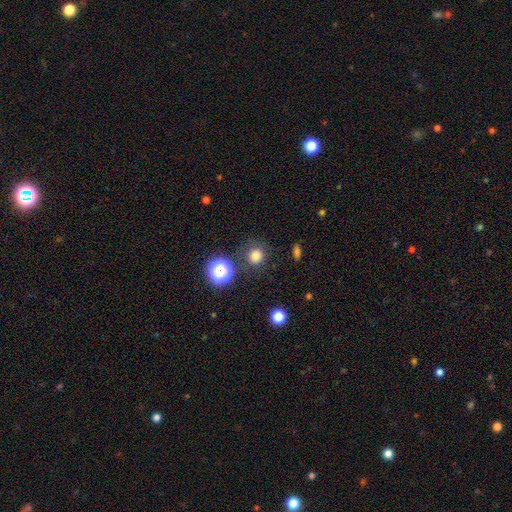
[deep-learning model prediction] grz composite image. It shows a smooth galaxy with no disk features (78%) that is round (91%). Merging: none (81%).